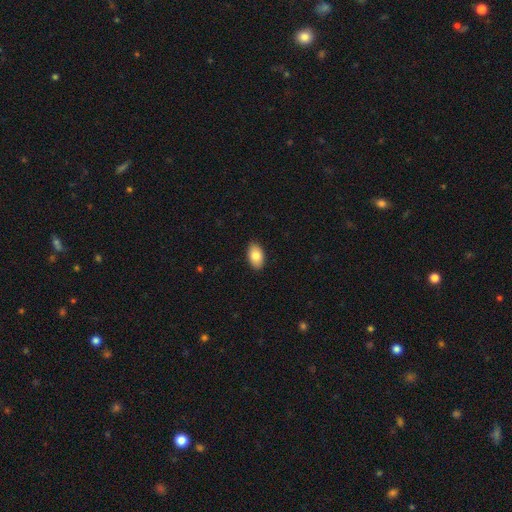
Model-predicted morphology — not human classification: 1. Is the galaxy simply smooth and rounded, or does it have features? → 83% smooth, 10% featured or disk, 7% star or artifact.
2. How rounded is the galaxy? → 93% in between, 5% round, 1% cigar-shaped.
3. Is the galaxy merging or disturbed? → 89% none, 8% minor disturbance, 2% major disturbance, 1% merger.